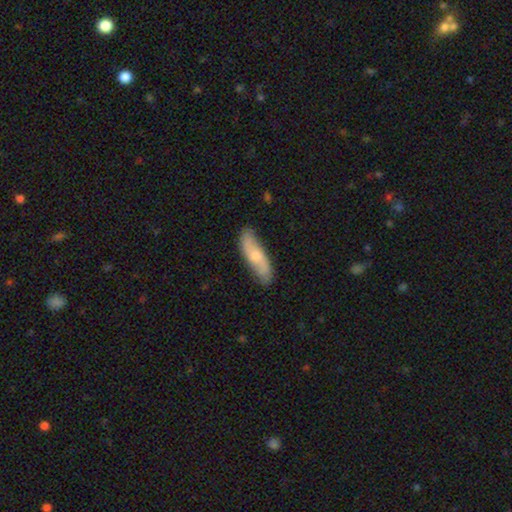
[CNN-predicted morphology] smooth_or_featured: smooth (p=0.51) [alt: featured or disk p=0.43]
how_rounded: cigar-shaped (p=0.54) [alt: in between p=0.44]
merging: none (p=0.81) [alt: minor disturbance p=0.15]